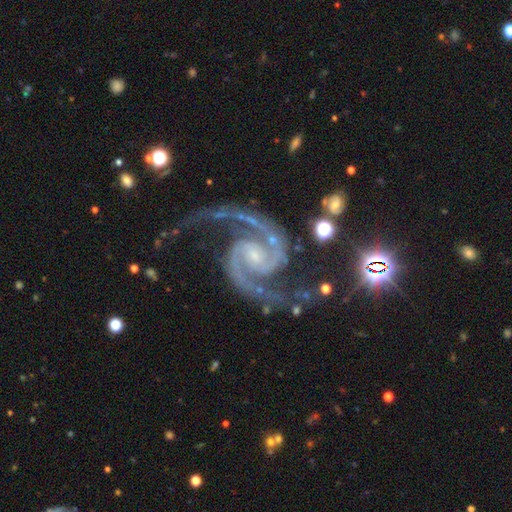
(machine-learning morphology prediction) Overall: featured or disk (94%). Edge-on disk: no (99%). Bar: no (52%; weak 34%). Spiral arms: yes (99%). Spiral arm count: 2 (94%). Spiral winding: medium (63%; tight 24%). Bulge size: small (70%). Merging: none (70%).